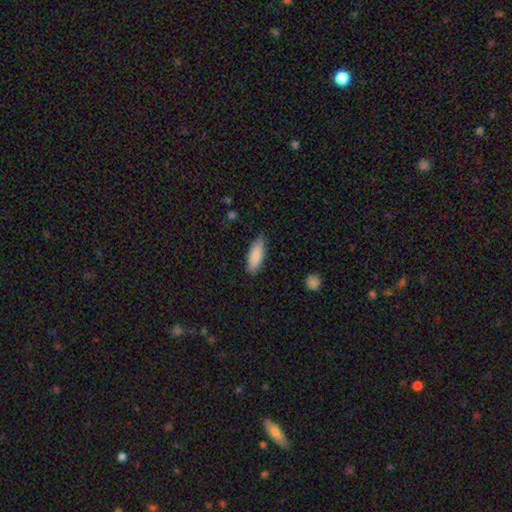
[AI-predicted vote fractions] smooth 87%, featured or disk 7%, star or artifact 6%. Down the decision tree: how rounded — in between (72%); merging — none (85%).